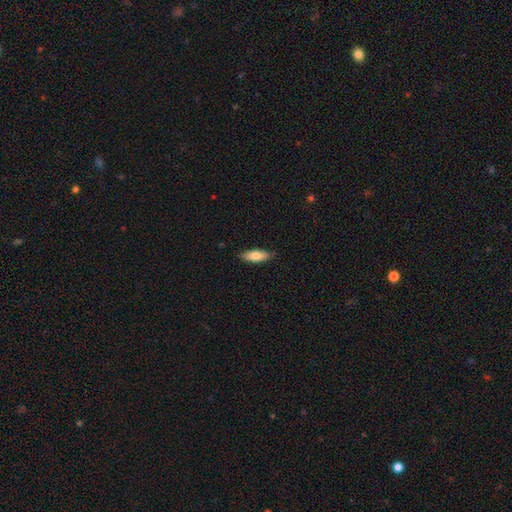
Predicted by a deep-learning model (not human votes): Smooth or featured?
  - smooth: 76% *
  - featured or disk: 18%
  - star or artifact: 6%
How rounded?
  - in between: 66% *
  - cigar-shaped: 32%
  - round: 2%
Merging?
  - none: 86% *
  - minor disturbance: 11%
  - major disturbance: 2%
  - merger: 1%